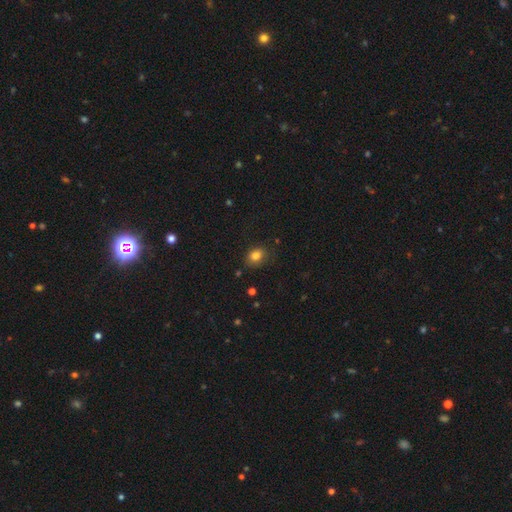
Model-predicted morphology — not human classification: type=smooth (83%); roundness=in between (63%); merging=none (79%).